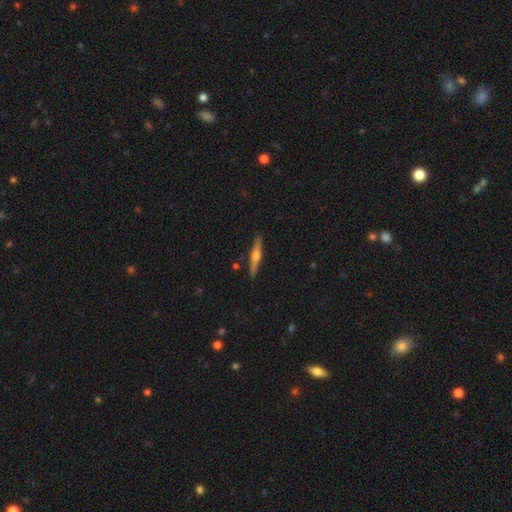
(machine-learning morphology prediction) A featured or disk galaxy (64%) viewed edge-on (97%) with a rounded central bulge (90%).

Vote fractions:
- Smooth or featured? featured or disk: 64% / smooth: 30% / star or artifact: 6%
- Edge-on disk? yes: 97% / no: 3%
- Edge-on bulge? rounded: 90% / none: 6% / boxy: 4%
- Merging? none: 89% / minor disturbance: 7% / merger: 2% / major disturbance: 1%